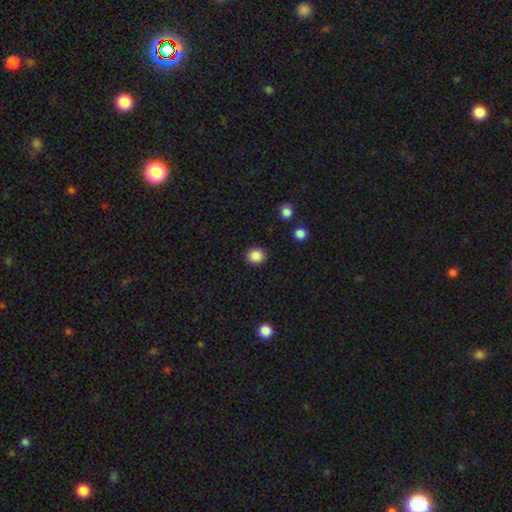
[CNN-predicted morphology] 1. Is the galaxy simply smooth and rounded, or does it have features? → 87% smooth, 10% star or artifact, 3% featured or disk.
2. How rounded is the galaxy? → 87% round, 12% in between, 1% cigar-shaped.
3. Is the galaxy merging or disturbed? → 90% none, 6% minor disturbance, 2% major disturbance, 1% merger.